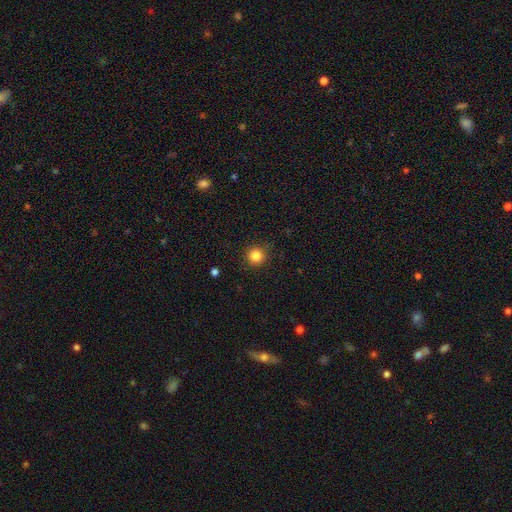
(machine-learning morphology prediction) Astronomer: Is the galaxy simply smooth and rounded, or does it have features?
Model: smooth — 84%.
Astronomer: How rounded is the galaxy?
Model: round — 95%.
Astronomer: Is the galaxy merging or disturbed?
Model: none — 89%.